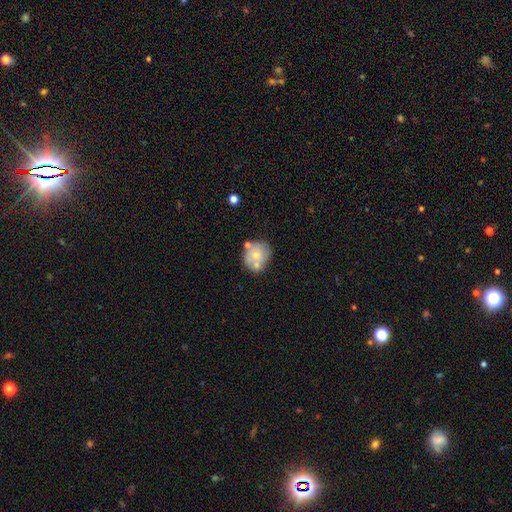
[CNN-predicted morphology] type=smooth (61%); roundness=round (74%); merging=none (53%).